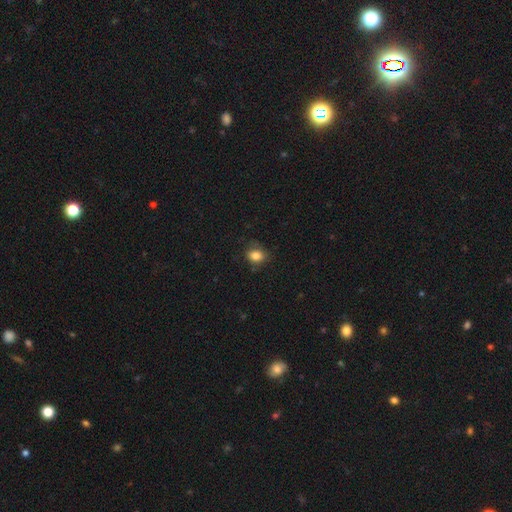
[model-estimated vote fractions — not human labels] Smooth or featured?
  - smooth: 84% *
  - star or artifact: 10%
  - featured or disk: 6%
How rounded?
  - in between: 57% *
  - round: 42%
  - cigar-shaped: 1%
Merging?
  - none: 73% *
  - minor disturbance: 21%
  - major disturbance: 5%
  - merger: 1%